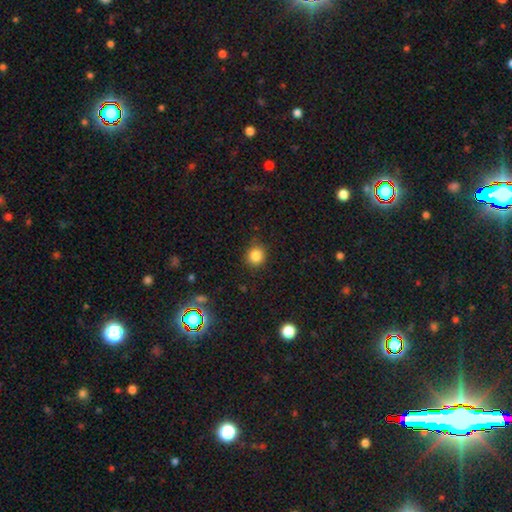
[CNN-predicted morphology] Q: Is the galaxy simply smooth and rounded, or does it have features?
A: smooth — 84%.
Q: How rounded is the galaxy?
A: round — 87%.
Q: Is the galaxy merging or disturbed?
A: none — 85%.